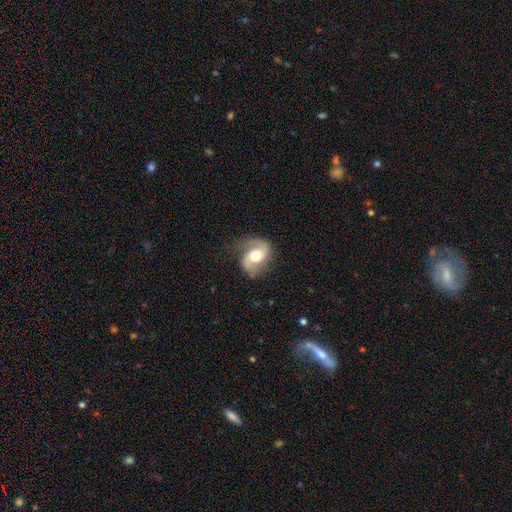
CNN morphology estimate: This appears to be a featured or disk galaxy (76%) with no bar (52%), 2 (87%) medium (47%) spiral arms (93%) and a moderate central bulge (64%). Merging: none (68%).